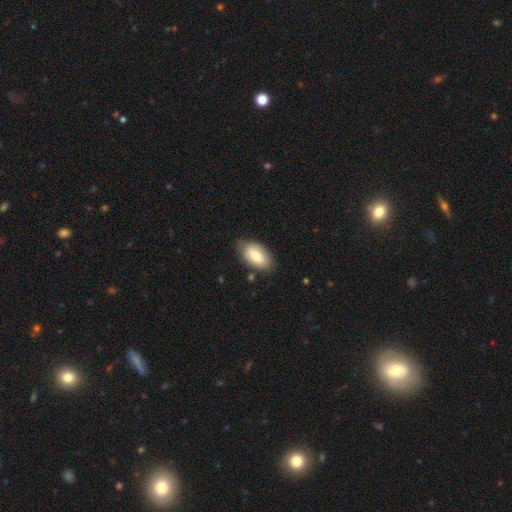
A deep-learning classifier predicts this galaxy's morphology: A smooth galaxy with no disk features (75%) that is in between round and cigar-shaped (94%).

Vote fractions:
- Smooth or featured? smooth: 75% / featured or disk: 19% / star or artifact: 6%
- How rounded? in between: 94% / round: 4% / cigar-shaped: 3%
- Merging? none: 76% / minor disturbance: 18% / major disturbance: 4% / merger: 2%